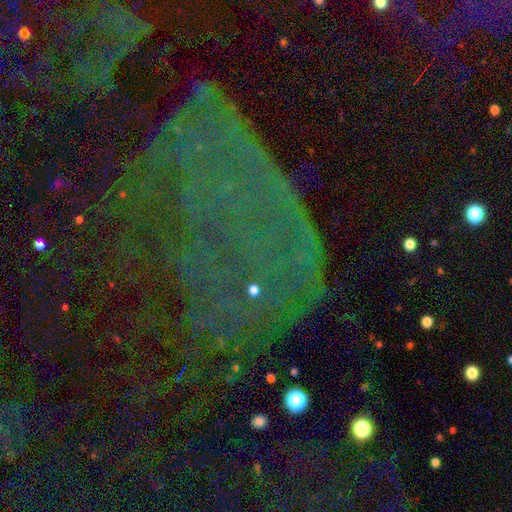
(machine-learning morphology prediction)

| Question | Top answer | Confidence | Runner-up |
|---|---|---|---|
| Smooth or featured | star or artifact | 70% | featured or disk (17%) |